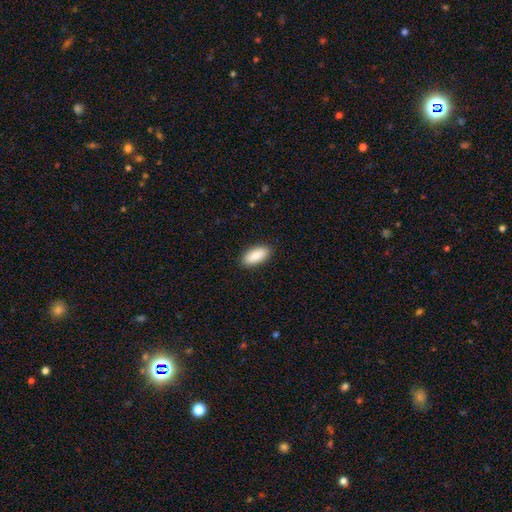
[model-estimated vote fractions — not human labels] Smooth or featured? Predicted: smooth (p=0.90). How rounded? Predicted: in between (p=0.86). Merging? Predicted: none (p=0.90).